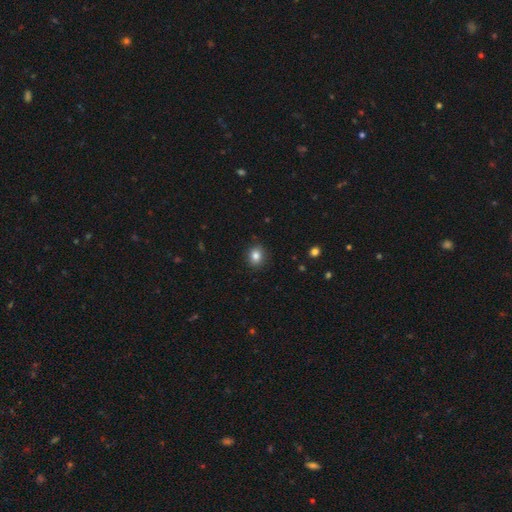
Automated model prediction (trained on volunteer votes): This appears to be a smooth galaxy with no disk features (83%) that is round (64%). Merging: none (89%).